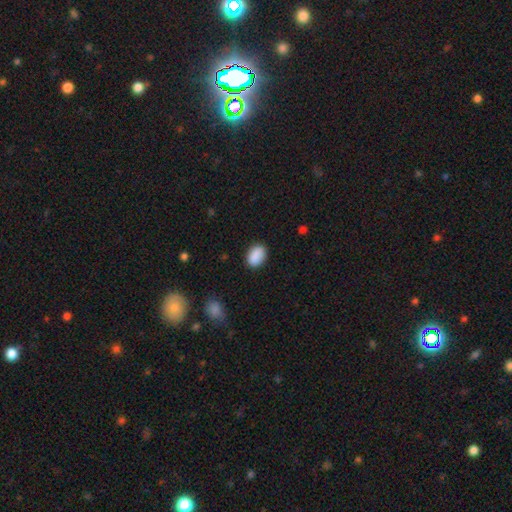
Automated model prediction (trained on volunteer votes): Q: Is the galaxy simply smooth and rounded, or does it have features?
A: smooth — 89%.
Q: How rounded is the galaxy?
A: in between — 82%.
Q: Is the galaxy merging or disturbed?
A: none — 84%.